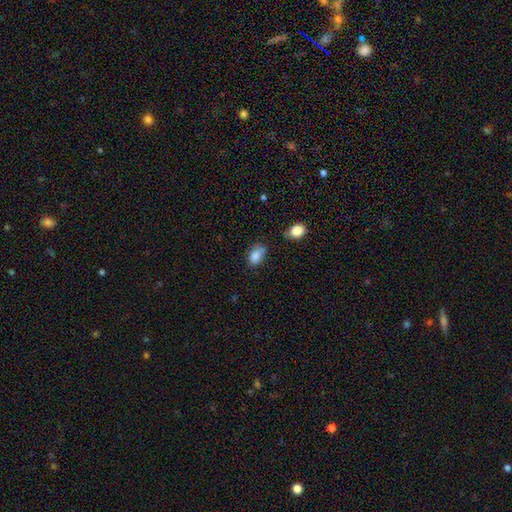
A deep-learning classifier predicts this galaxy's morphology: Q: Smooth or featured?
A: smooth (83%); runner-up: star or artifact (10%)
Q: How rounded?
A: in between (82%); runner-up: round (16%)
Q: Merging?
A: none (53%); runner-up: minor disturbance (29%)